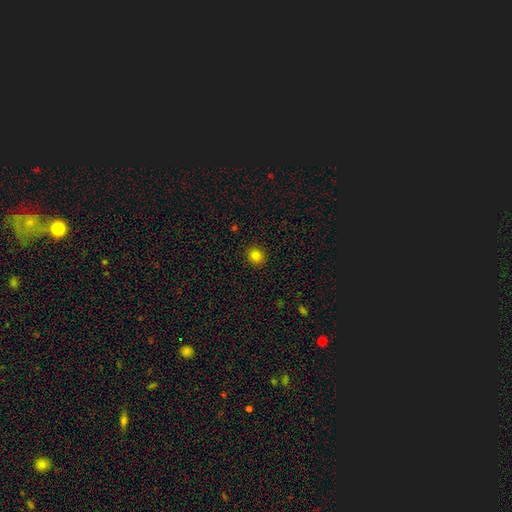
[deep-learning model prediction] Smooth or featured? Predicted: smooth (p=0.82). How rounded? Predicted: round (p=0.86). Merging? Predicted: none (p=0.92).